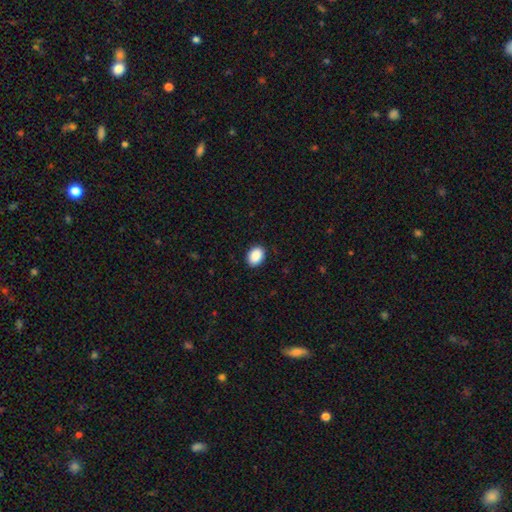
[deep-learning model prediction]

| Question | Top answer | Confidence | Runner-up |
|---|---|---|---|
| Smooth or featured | smooth | 90% | star or artifact (7%) |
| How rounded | in between | 73% | round (27%) |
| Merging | none | 90% | minor disturbance (8%) |